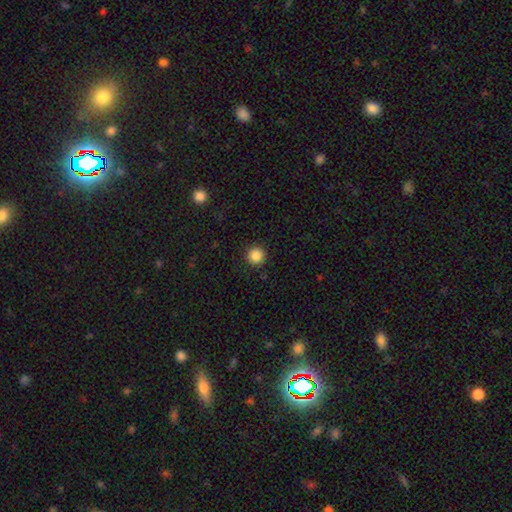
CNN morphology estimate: type=smooth (86%); roundness=round (96%); merging=none (92%).